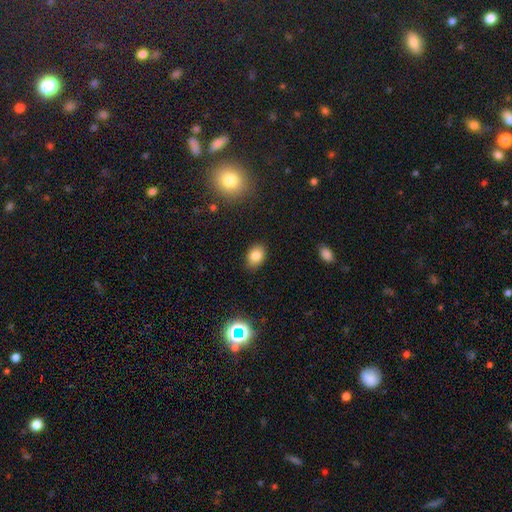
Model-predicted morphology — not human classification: Smooth or featured: smooth — 81% (star or artifact — 11%)
How rounded: in between — 76% (round — 23%)
Merging: none — 86% (minor disturbance — 10%)